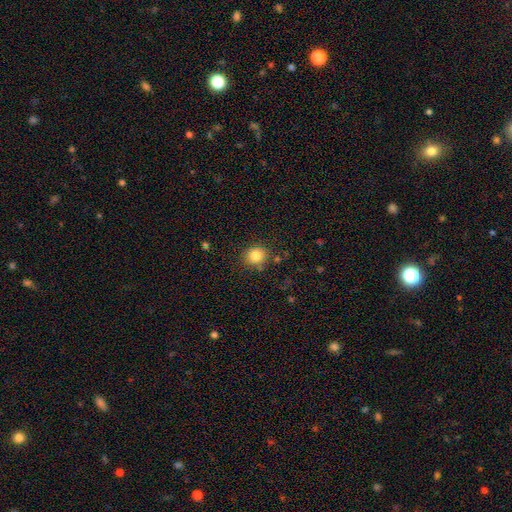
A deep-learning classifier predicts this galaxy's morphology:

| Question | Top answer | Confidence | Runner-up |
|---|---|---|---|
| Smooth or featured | smooth | 83% | star or artifact (11%) |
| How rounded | round | 81% | in between (18%) |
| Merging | none | 83% | minor disturbance (11%) |